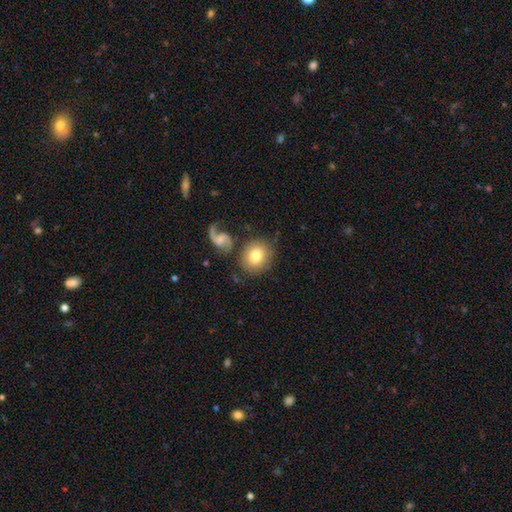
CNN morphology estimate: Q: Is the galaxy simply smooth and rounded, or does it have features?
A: smooth — 72%.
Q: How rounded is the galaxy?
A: round — 78%.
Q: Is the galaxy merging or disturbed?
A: none — 73%.